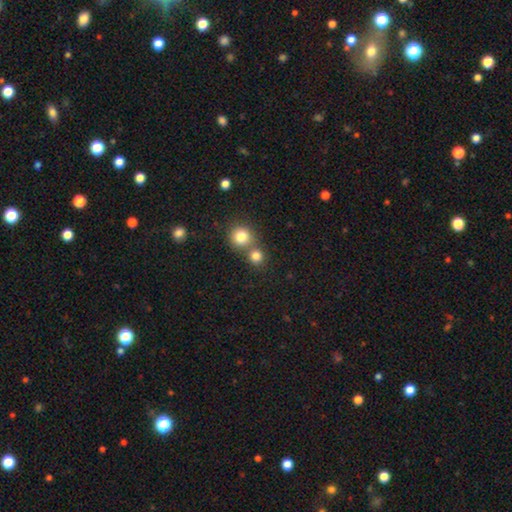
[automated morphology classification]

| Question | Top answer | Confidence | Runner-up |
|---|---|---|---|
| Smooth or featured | smooth | 80% | star or artifact (13%) |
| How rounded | round | 90% | in between (9%) |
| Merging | none | 57% | merger (35%) |